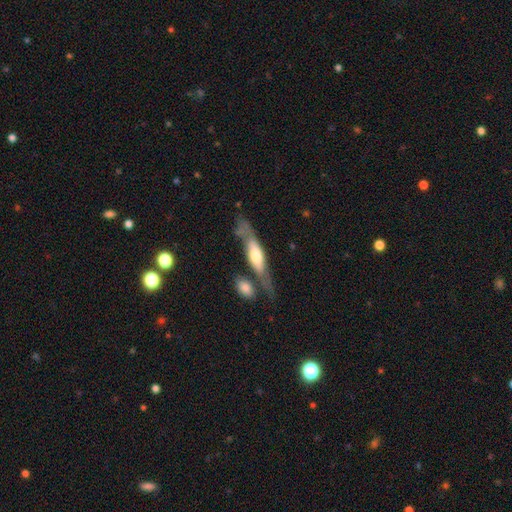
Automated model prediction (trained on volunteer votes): A featured or disk galaxy (56%) viewed edge-on (75%). Merging: none (53%).